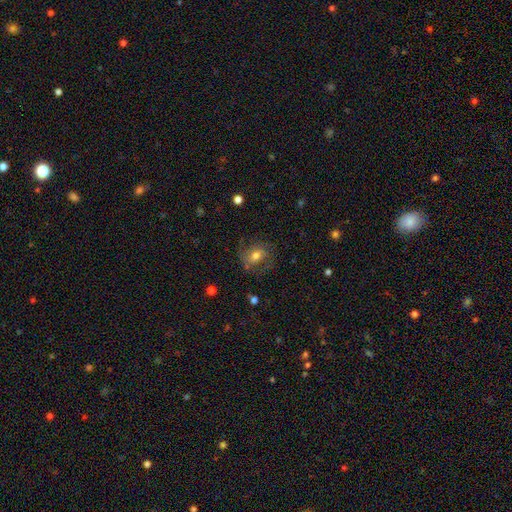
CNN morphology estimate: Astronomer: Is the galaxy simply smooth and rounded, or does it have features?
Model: smooth — 53% (runner-up: featured or disk, 35%).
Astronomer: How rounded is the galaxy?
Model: in between — 55% (runner-up: round, 43%).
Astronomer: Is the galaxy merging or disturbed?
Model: none — 64%.